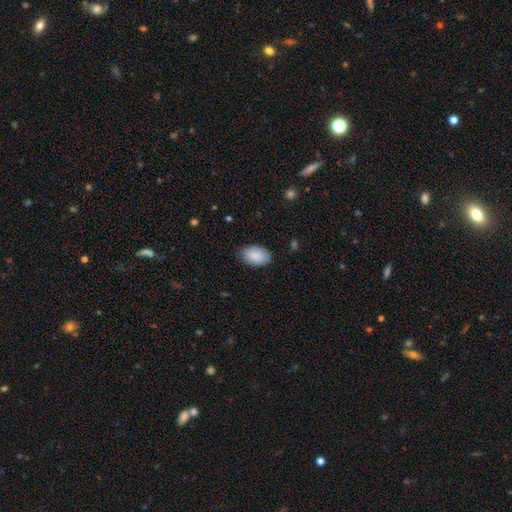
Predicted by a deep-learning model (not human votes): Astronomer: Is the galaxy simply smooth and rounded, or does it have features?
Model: smooth — 89%.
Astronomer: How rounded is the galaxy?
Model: in between — 93%.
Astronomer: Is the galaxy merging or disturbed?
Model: none — 80%.